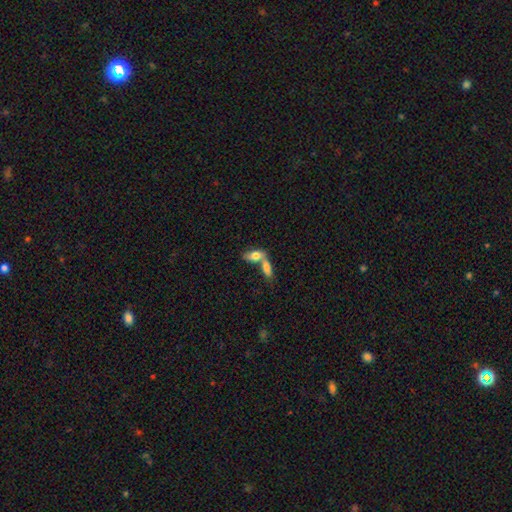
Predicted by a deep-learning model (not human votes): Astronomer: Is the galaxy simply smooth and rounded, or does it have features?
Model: smooth — 74%.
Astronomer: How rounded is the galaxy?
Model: in between — 84%.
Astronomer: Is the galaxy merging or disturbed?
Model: merger — 67%.